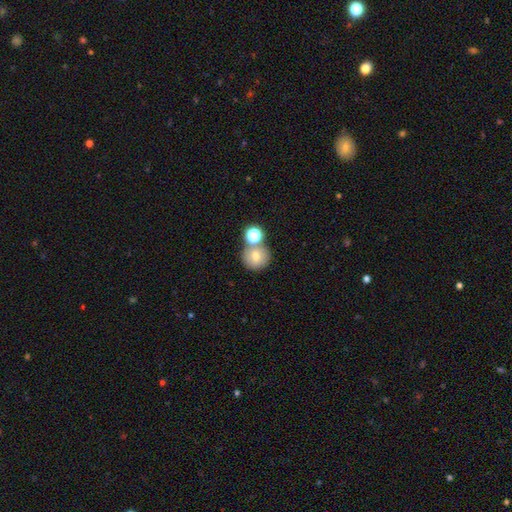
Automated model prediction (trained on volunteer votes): smooth-or-featured: smooth: 74% | featured or disk: 13% | star or artifact: 13%
  how-rounded: round: 89% | in between: 10% | cigar-shaped: 1%
  merging: none: 59% | merger: 30% | minor disturbance: 9% | major disturbance: 3%